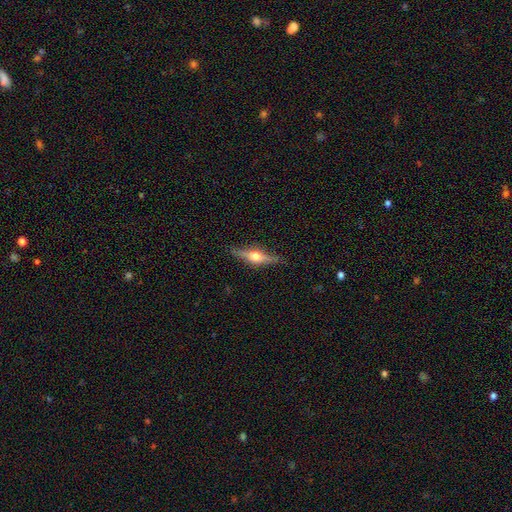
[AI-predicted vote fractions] This appears to be a featured or disk galaxy (68%) viewed edge-on (96%) with a rounded central bulge (95%). Merging: none (85%).